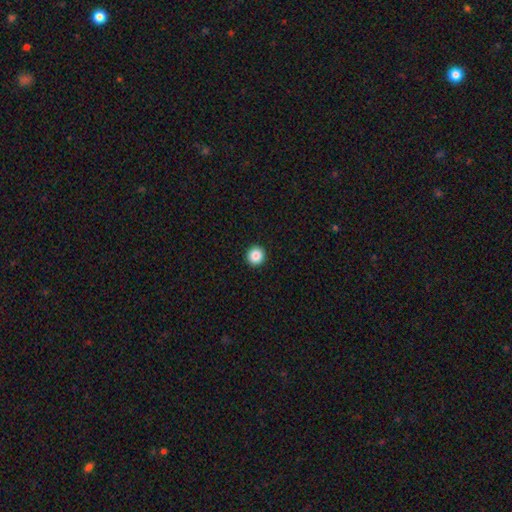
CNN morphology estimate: type=smooth (87%); roundness=round (95%); merging=none (94%).